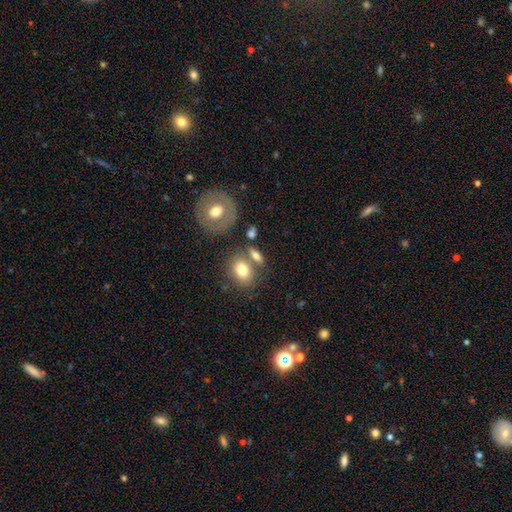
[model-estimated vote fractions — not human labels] The model was most divided on "merging": none: 58%, merger: 25%, minor disturbance: 12%, major disturbance: 5%. More confident: smooth or featured — smooth (75%); how rounded — in between (65%).